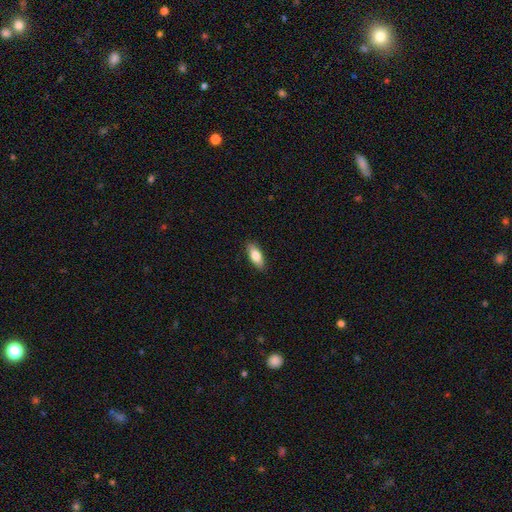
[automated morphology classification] Smooth or featured?
  - smooth: 80% *
  - featured or disk: 14%
  - star or artifact: 6%
How rounded?
  - in between: 81% *
  - cigar-shaped: 17%
  - round: 2%
Merging?
  - none: 88% *
  - minor disturbance: 9%
  - major disturbance: 2%
  - merger: 1%